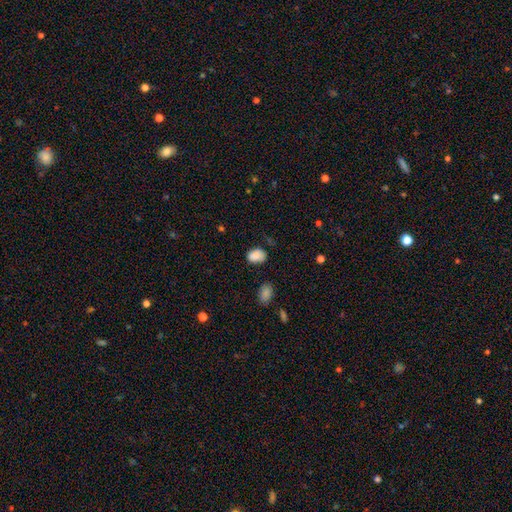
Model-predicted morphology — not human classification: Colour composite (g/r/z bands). It shows a smooth galaxy with no disk features (86%) that is in between round and cigar-shaped (78%). Merging: none (71%).